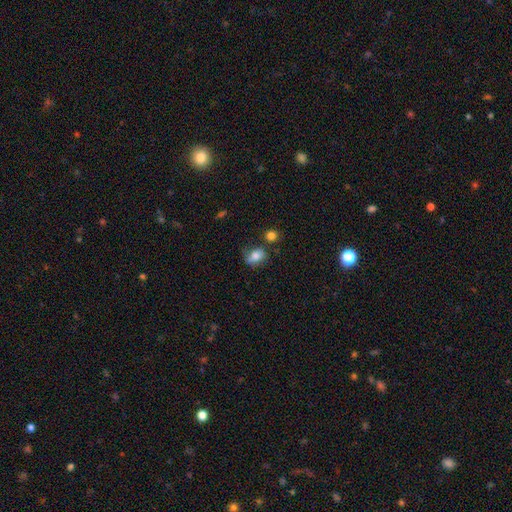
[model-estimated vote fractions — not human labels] Morphology: type=smooth (74%); roundness=in between (63%); merging=none (46%).